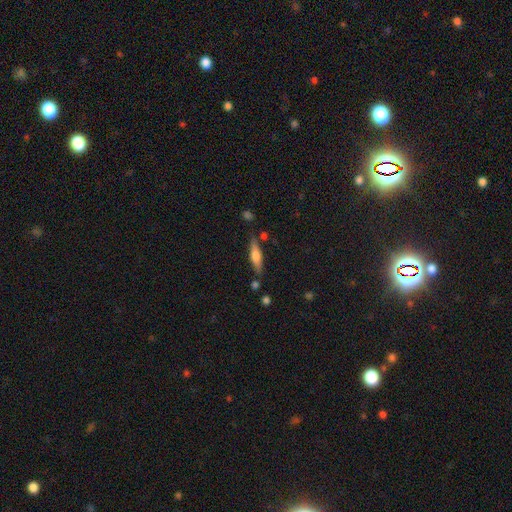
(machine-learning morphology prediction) This appears to be a smooth galaxy with no disk features (49%). Merging: none (78%).